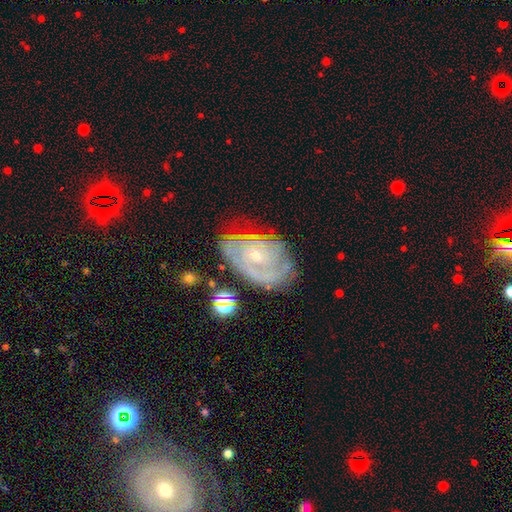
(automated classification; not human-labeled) The model was most divided on "spiral arm count": can't tell: 39%, 2: 33%, 3: 11%, 1: 9%, 4: 4%, more than 4: 3%. More confident: edge-on disk — no (96%); spiral arms — yes (87%); smooth or featured — featured or disk (77%); merging — none (63%); bulge size — small (59%); spiral winding — tight (59%); bar — no (52%).